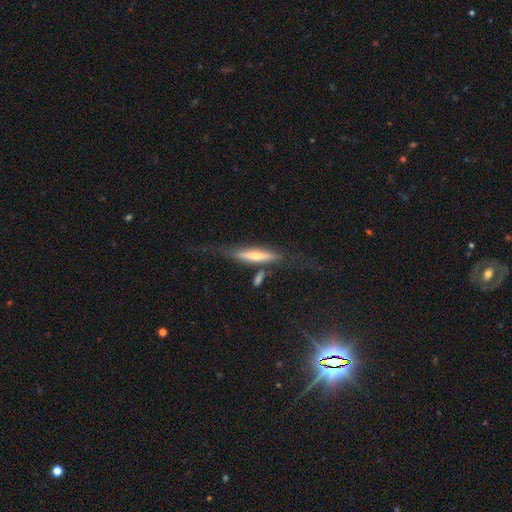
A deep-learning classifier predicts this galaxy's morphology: smooth_or_featured: featured or disk (p=0.62) [alt: smooth p=0.30]
disk_edge_on: yes (p=0.88) [alt: no p=0.12]
edge_on_bulge: rounded (p=0.75) [alt: none p=0.16]
merging: none (p=0.60) [alt: minor disturbance p=0.22]